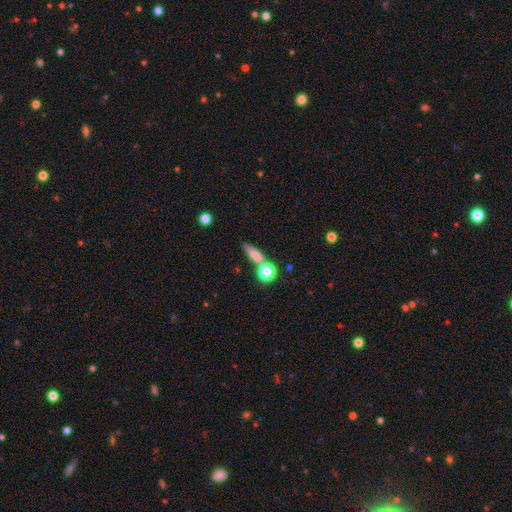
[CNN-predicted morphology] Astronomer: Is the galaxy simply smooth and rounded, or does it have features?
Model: smooth — 70%.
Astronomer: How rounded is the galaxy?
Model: cigar-shaped — 45% (runner-up: in between, 38%).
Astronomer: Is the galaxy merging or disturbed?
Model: none — 59%.